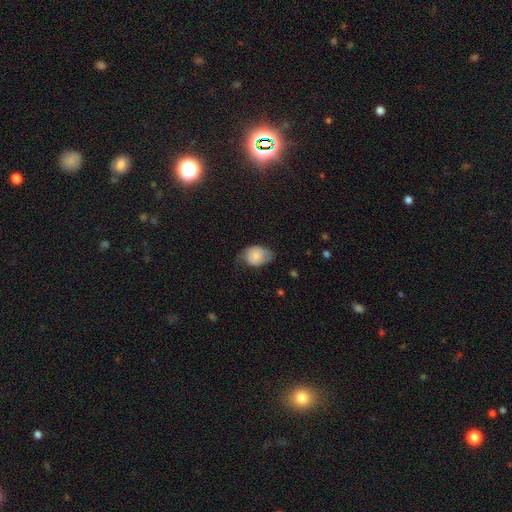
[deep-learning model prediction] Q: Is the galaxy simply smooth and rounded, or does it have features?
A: smooth — 74%.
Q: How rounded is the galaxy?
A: in between — 68%.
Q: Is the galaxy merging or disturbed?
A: none — 43%.